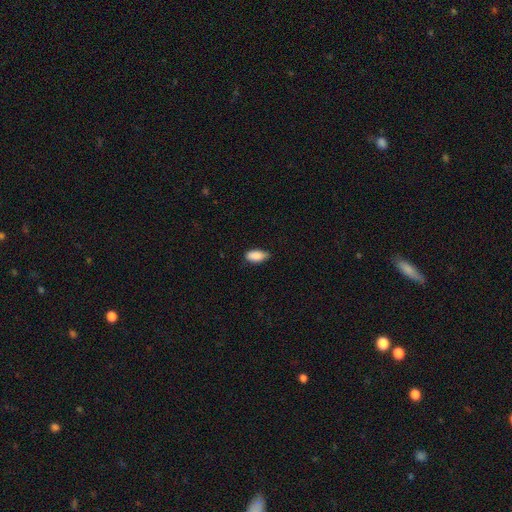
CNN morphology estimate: Smooth or featured? Predicted: smooth (p=0.89). How rounded? Predicted: in between (p=0.92). Merging? Predicted: none (p=0.73).